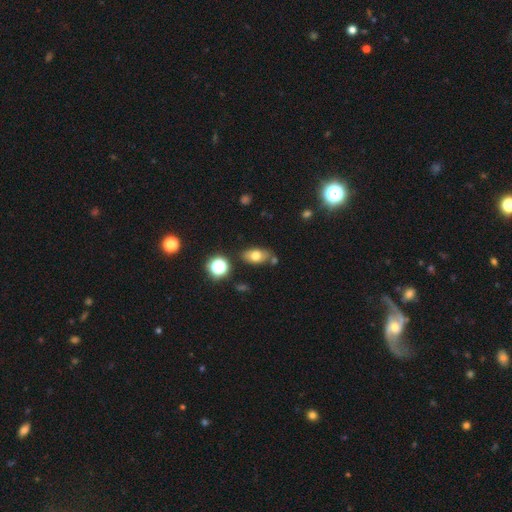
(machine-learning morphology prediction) smooth 72%, featured or disk 16%, star or artifact 12%. Down the decision tree: how rounded — in between (86%); merging — none (72%).